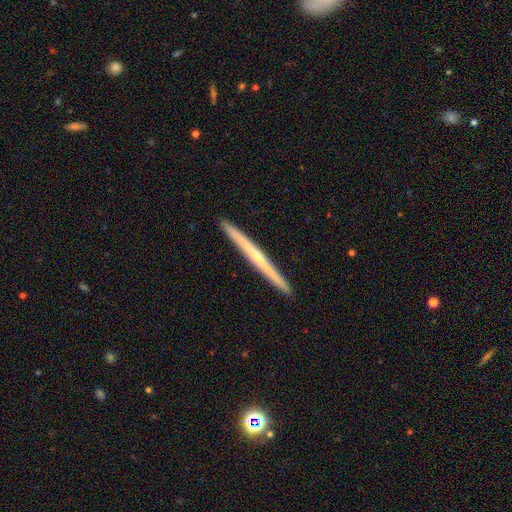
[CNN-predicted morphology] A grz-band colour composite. It shows a featured or disk galaxy (65%) viewed edge-on (98%) with no central bulge (53%). Merging: none (93%).